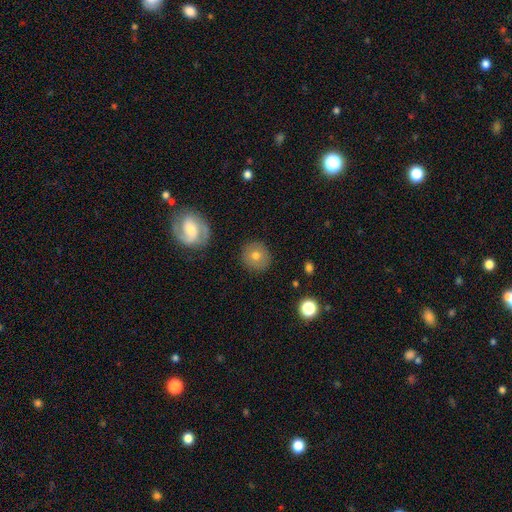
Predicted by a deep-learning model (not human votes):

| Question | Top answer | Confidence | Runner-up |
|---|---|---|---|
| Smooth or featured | smooth | 67% | featured or disk (24%) |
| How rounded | round | 91% | in between (8%) |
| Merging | none | 88% | minor disturbance (8%) |